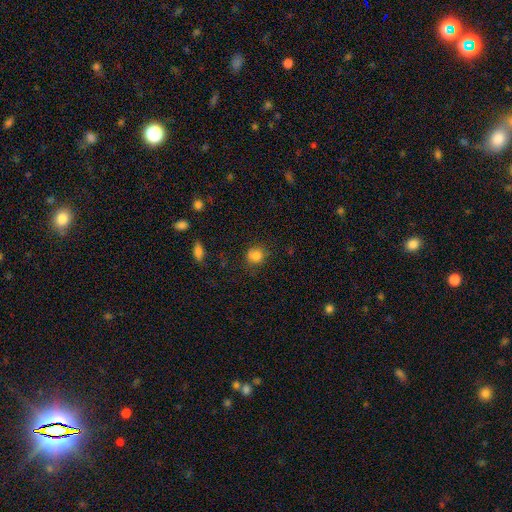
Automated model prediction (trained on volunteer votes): smooth-or-featured: smooth: 82% | star or artifact: 12% | featured or disk: 7%
  how-rounded: round: 81% | in between: 18% | cigar-shaped: 1%
  merging: none: 72% | minor disturbance: 19% | major disturbance: 6% | merger: 3%